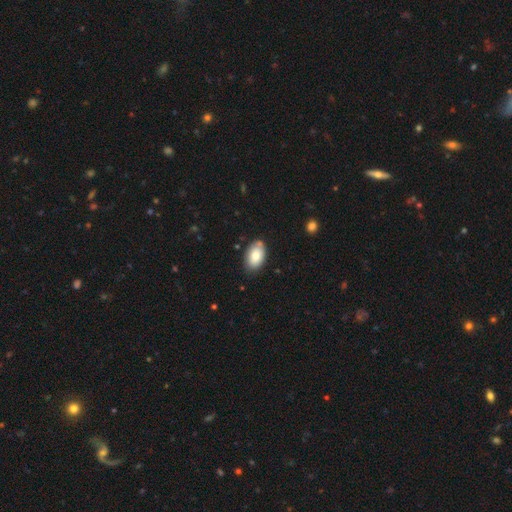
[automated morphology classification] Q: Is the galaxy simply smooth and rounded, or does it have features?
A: smooth — 79%.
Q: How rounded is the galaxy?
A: in between — 93%.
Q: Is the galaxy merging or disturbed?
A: none — 78%.